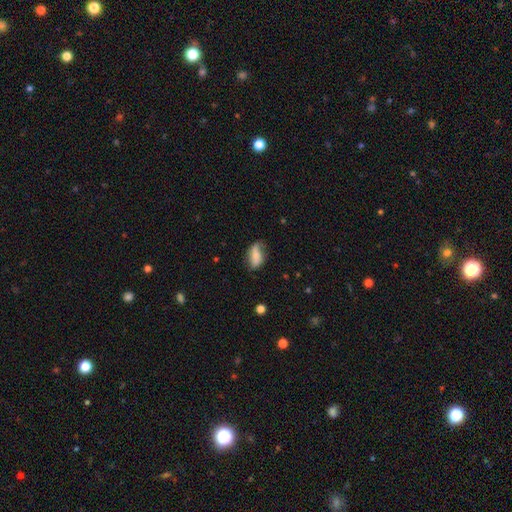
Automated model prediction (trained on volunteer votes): smooth-or-featured: smooth: 65% | featured or disk: 27% | star or artifact: 8%
  how-rounded: in between: 87% | cigar-shaped: 8% | round: 5%
  merging: none: 54% | minor disturbance: 33% | major disturbance: 11% | merger: 2%